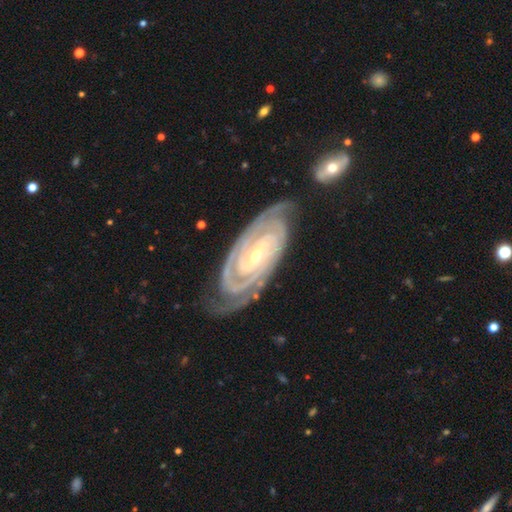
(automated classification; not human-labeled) smooth_or_featured: featured or disk (p=0.93) [alt: star or artifact p=0.04]
disk_edge_on: no (p=0.95) [alt: yes p=0.05]
bar: no (p=0.40) [alt: weak p=0.33]
has_spiral_arms: yes (p=0.99) [alt: no p=0.01]
spiral_winding: tight (p=0.82) [alt: medium p=0.16]
spiral_arm_count: 2 (p=0.57) [alt: 3 p=0.17]
bulge_size: small (p=0.71) [alt: moderate p=0.26]
merging: none (p=0.73) [alt: minor disturbance p=0.18]